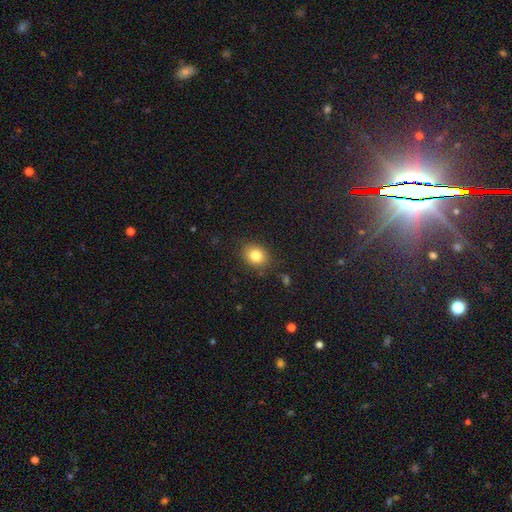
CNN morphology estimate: Overall: smooth (82%). How rounded: round (50%; in between 49%). Merging: none (84%).